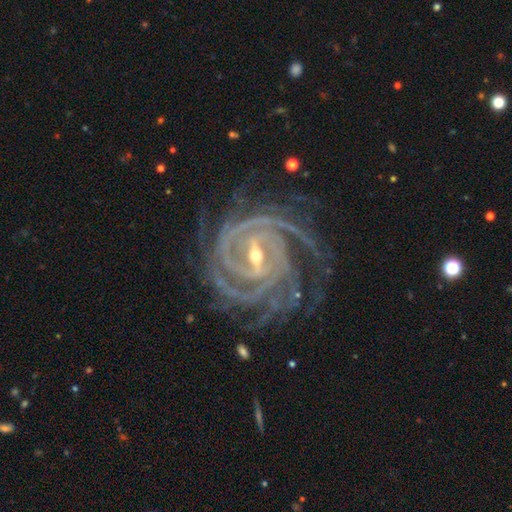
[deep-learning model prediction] The model was most divided on "spiral arm count": 4: 32%, 3: 22%, more than 4: 15%, can't tell: 12%, 2: 12%, 1: 7%. More confident: spiral arms — yes (99%); edge-on disk — no (97%); smooth or featured — featured or disk (93%); spiral winding — tight (81%); merging — none (73%); bar — strong (58%); bulge size — small (55%).